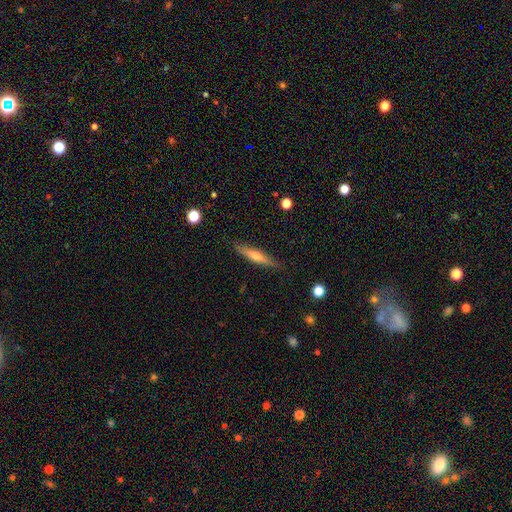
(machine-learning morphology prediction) Smooth or featured? featured or disk (53%)
Edge-on disk? yes (94%)
Edge-on bulge? rounded (82%)
Merging? none (88%)